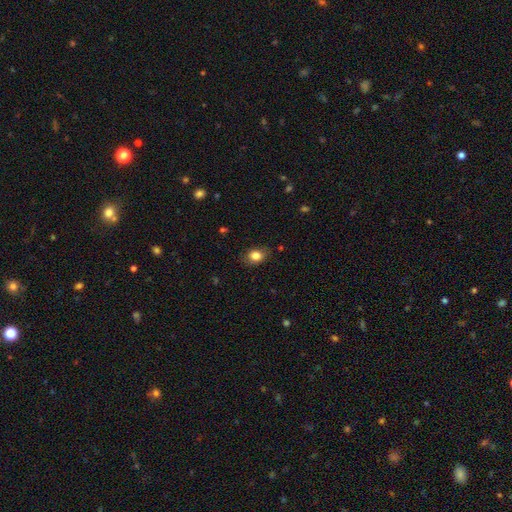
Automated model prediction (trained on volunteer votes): The model was most divided on "how rounded": in between: 64%, round: 35%, cigar-shaped: 1%. More confident: smooth or featured — smooth (83%); merging — none (79%).